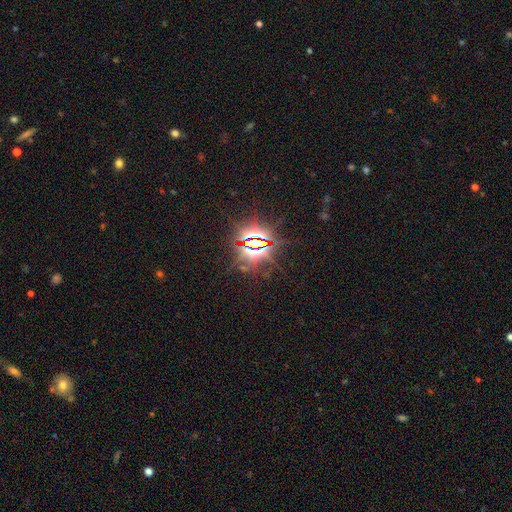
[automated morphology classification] Smooth or featured: star or artifact — 83% (smooth — 8%)